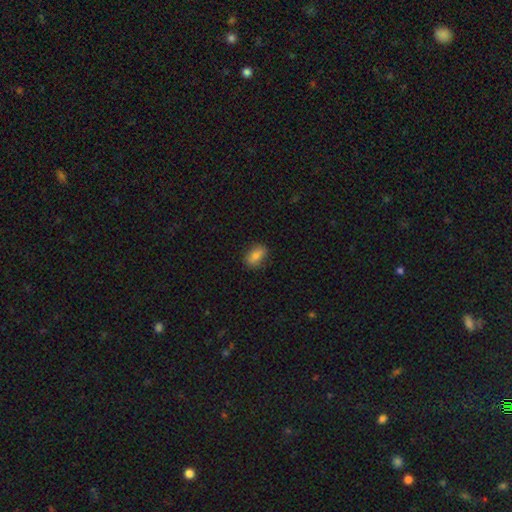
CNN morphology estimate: Q: Smooth or featured?
A: smooth (81%); runner-up: featured or disk (11%)
Q: How rounded?
A: in between (85%); runner-up: round (12%)
Q: Merging?
A: none (82%); runner-up: minor disturbance (14%)